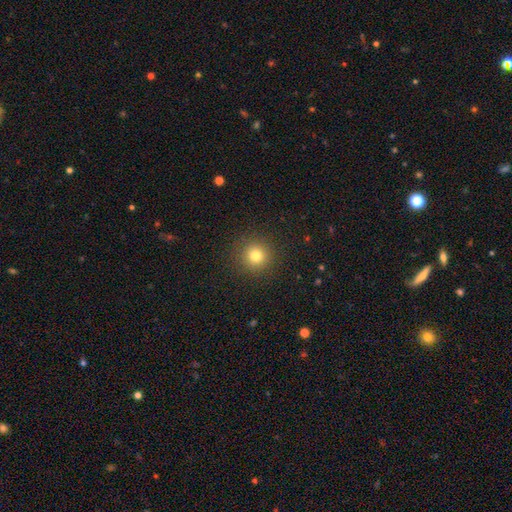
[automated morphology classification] This is likely a smooth galaxy (78%). How rounded: clearly round (94%). Merging: clearly none (91%).